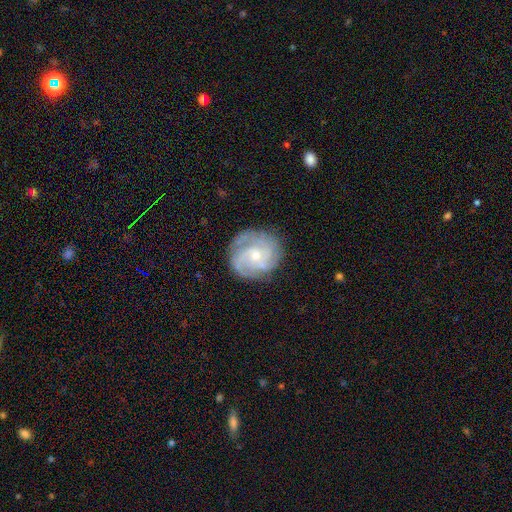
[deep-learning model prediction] A featured or disk galaxy (82%) with no bar (72%), 3 (35%) tight (58%) spiral arms (96%) and a small central bulge (61%).

Vote fractions:
- Smooth or featured? featured or disk: 82% / smooth: 12% / star or artifact: 6%
- Edge-on disk? no: 98% / yes: 2%
- Bar? no: 72% / weak: 24% / strong: 4%
- Spiral arms? yes: 96% / no: 4%
- Spiral winding? tight: 58% / medium: 34% / loose: 8%
- Spiral arm count? 3: 35% / can't tell: 22% / 4: 17% / 2: 16% / more than 4: 6% / 1: 6%
- Bulge size? small: 61% / moderate: 36% / large: 1% / none: 1% / dominant: 1%
- Merging? none: 79% / minor disturbance: 15% / major disturbance: 5% / merger: 1%